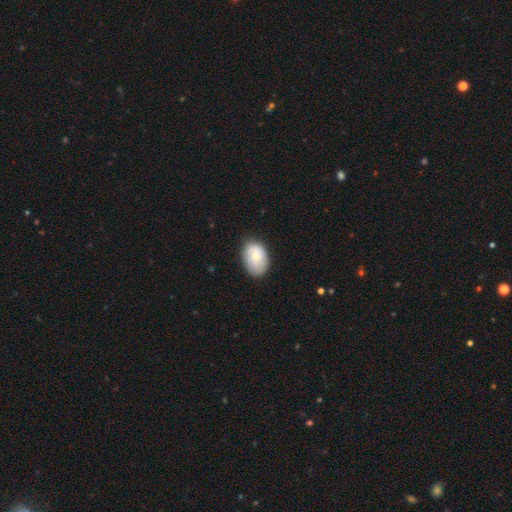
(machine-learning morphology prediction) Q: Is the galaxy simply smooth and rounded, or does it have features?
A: smooth — 66%.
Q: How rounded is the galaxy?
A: in between — 80%.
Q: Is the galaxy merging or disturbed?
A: none — 75%.